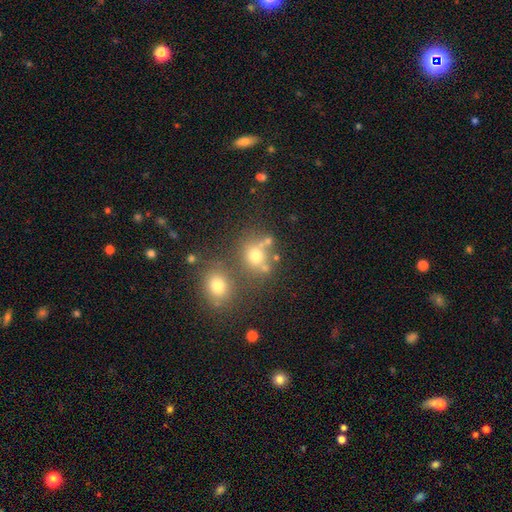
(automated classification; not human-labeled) Smooth or featured: smooth — 67% (star or artifact — 20%)
How rounded: round — 76% (in between — 23%)
Merging: none — 55% (merger — 28%)